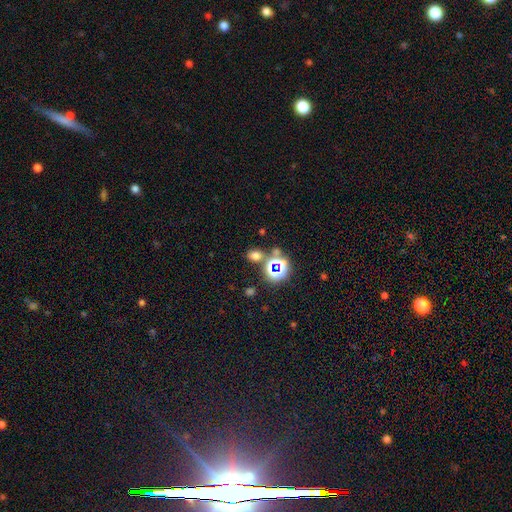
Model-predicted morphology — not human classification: This appears to be a smooth galaxy with no disk features (61%) that is in between round and cigar-shaped (57%). Merging: none (72%).